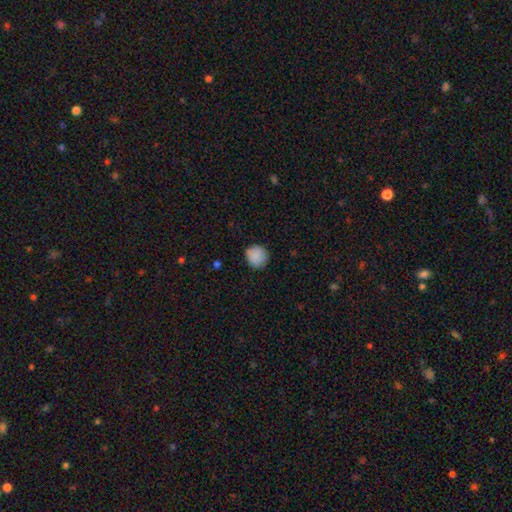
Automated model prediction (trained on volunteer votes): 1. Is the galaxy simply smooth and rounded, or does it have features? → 88% smooth, 8% star or artifact, 4% featured or disk.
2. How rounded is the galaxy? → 90% round, 9% in between, 1% cigar-shaped.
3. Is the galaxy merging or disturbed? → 85% none, 11% minor disturbance, 2% major disturbance, 1% merger.